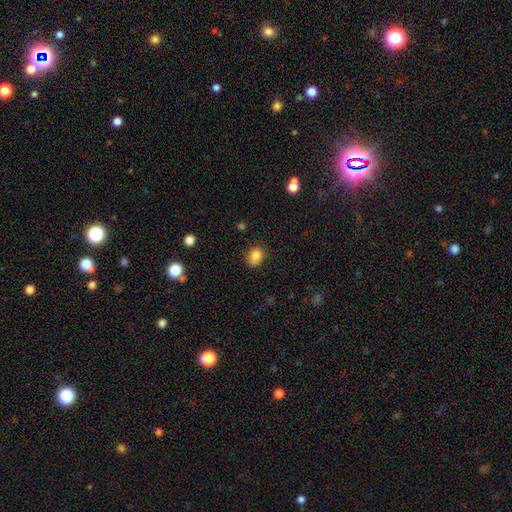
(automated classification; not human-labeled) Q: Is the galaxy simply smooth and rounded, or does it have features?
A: smooth — 83%.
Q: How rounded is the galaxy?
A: round — 50%.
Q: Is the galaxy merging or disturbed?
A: none — 69%.